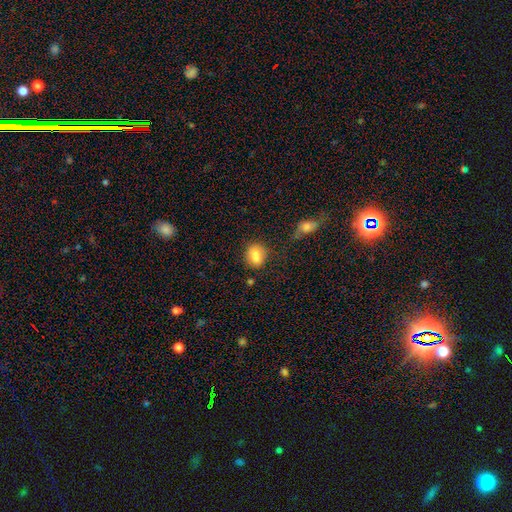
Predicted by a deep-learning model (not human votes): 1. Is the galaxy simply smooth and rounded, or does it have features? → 82% smooth, 9% star or artifact, 9% featured or disk.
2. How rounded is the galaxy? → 56% in between, 42% round, 2% cigar-shaped.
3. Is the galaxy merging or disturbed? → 65% none, 18% minor disturbance, 11% merger, 5% major disturbance.